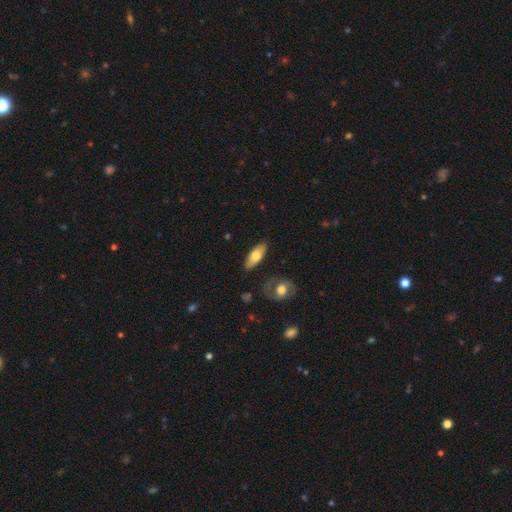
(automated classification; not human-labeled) The model was most divided on "smooth or featured": smooth: 67%, featured or disk: 27%, star or artifact: 6%. More confident: merging — none (84%); how rounded — in between (75%).